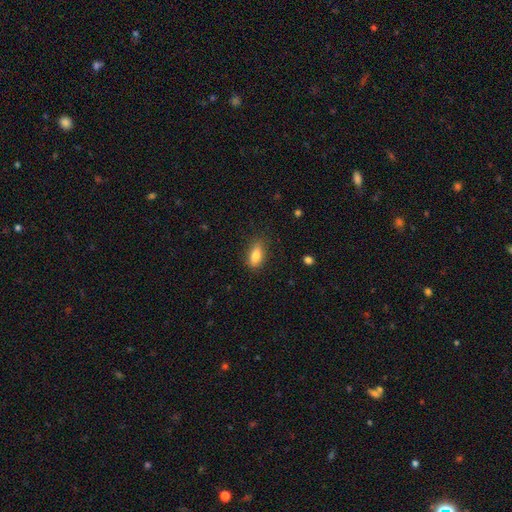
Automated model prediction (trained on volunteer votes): Morphology: type=smooth (81%); roundness=in between (82%); merging=none (82%).